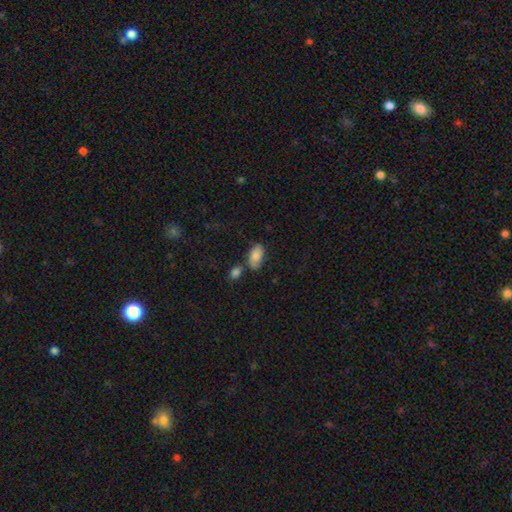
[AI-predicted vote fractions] The model was most divided on "merging": none: 59%, minor disturbance: 21%, merger: 13%, major disturbance: 6%. More confident: how rounded — in between (93%); smooth or featured — smooth (81%).